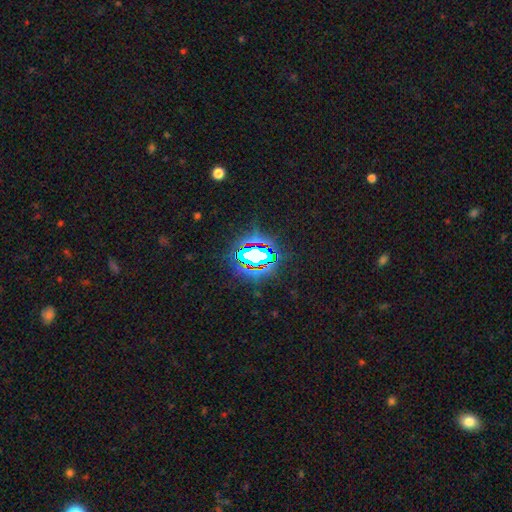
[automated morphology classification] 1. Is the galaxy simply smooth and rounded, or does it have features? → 72% star or artifact, 15% smooth, 12% featured or disk.